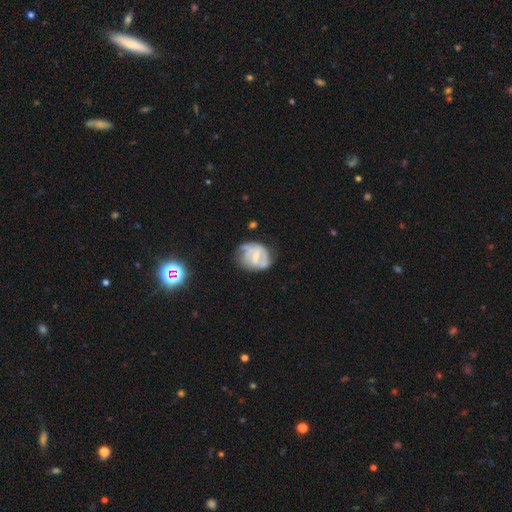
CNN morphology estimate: Overall: featured or disk (62%; smooth 31%). Edge-on disk: no (98%). Bar: weak (45%; no 40%). Spiral arms: yes (63%; no 37%). Bulge size: small (49%; moderate 28%). Merging: none (45%; minor disturbance 30%).